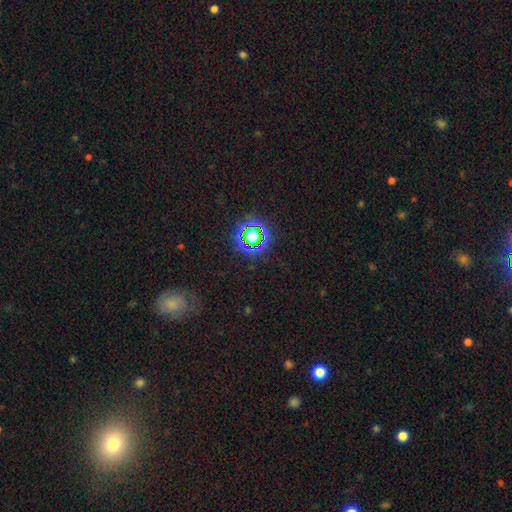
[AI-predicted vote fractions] Morphology: type=star or artifact (65%).